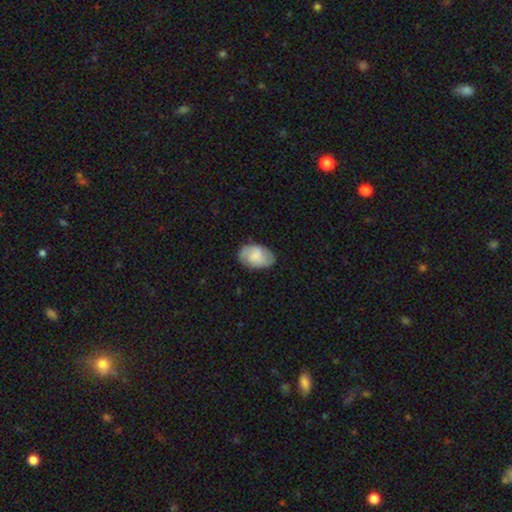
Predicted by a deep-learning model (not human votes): Smooth or featured: smooth — 66% (featured or disk — 28%)
How rounded: in between — 89% (round — 9%)
Merging: none — 79% (minor disturbance — 16%)